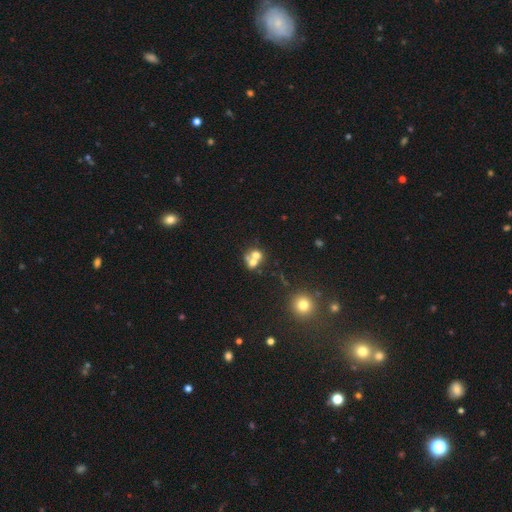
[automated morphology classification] Smooth or featured: smooth — 60% (featured or disk — 26%)
How rounded: round — 68% (in between — 31%)
Merging: merger — 61% (none — 28%)